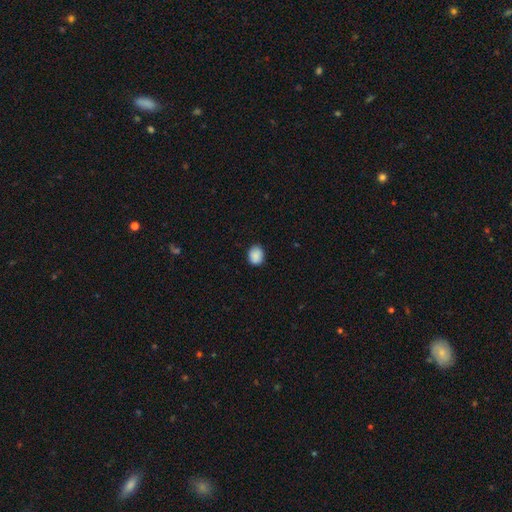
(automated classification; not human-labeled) Smooth or featured? Predicted: smooth (p=0.89). How rounded? Predicted: round (p=0.58). Merging? Predicted: none (p=0.86).